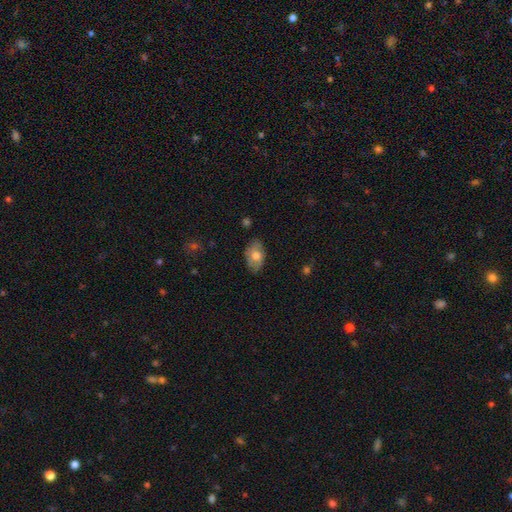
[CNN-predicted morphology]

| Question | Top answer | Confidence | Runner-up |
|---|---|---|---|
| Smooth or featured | smooth | 66% | featured or disk (28%) |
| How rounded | in between | 91% | round (8%) |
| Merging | none | 75% | minor disturbance (20%) |